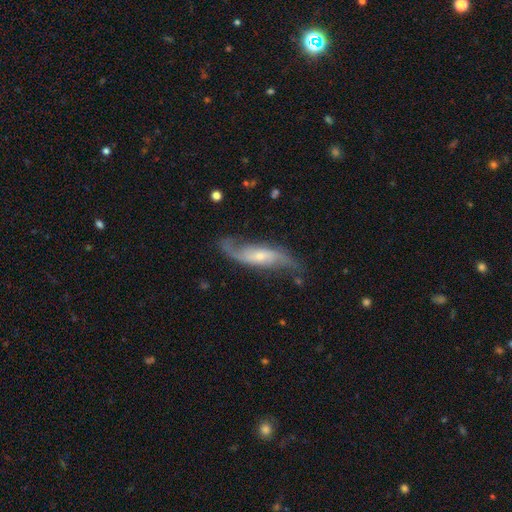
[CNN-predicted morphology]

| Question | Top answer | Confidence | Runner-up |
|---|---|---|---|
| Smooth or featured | featured or disk | 81% | smooth (12%) |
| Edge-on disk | no | 83% | yes (17%) |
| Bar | no | 47% | weak (37%) |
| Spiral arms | yes | 95% | no (5%) |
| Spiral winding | loose | 67% | medium (24%) |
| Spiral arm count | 2 | 89% | can't tell (5%) |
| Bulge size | small | 52% | moderate (36%) |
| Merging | none | 71% | minor disturbance (18%) |